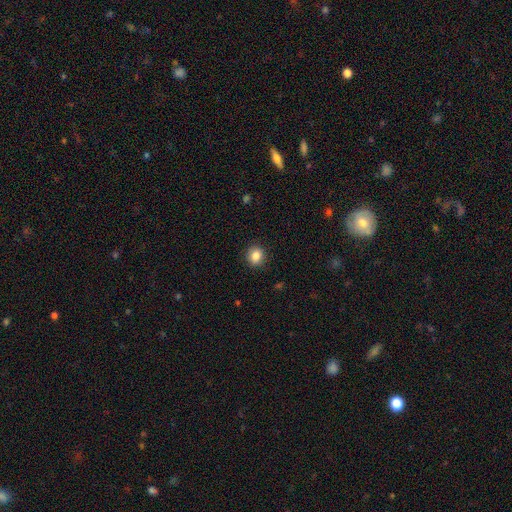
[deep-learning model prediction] A smooth galaxy with no disk features (86%) that is round (75%).

Vote fractions:
- Smooth or featured? smooth: 86% / star or artifact: 9% / featured or disk: 5%
- How rounded? round: 75% / in between: 24% / cigar-shaped: 1%
- Merging? none: 90% / minor disturbance: 7% / major disturbance: 2% / merger: 1%